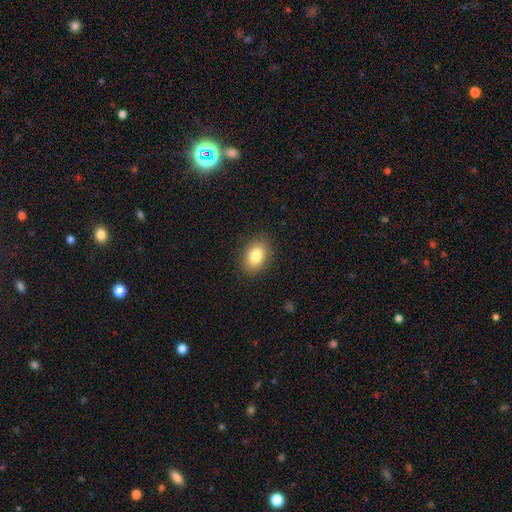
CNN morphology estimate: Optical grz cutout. It shows a smooth galaxy with no disk features (83%) that is in between round and cigar-shaped (81%). Merging: none (88%).